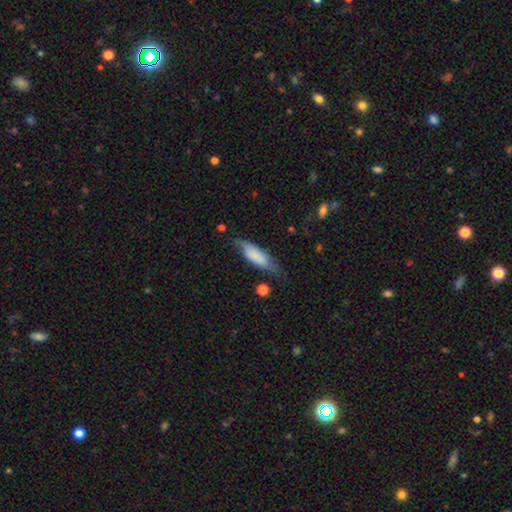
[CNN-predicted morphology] smooth_or_featured: smooth (p=0.70) [alt: featured or disk p=0.24]
how_rounded: in between (p=0.59) [alt: cigar-shaped p=0.39]
merging: none (p=0.52) [alt: minor disturbance p=0.33]